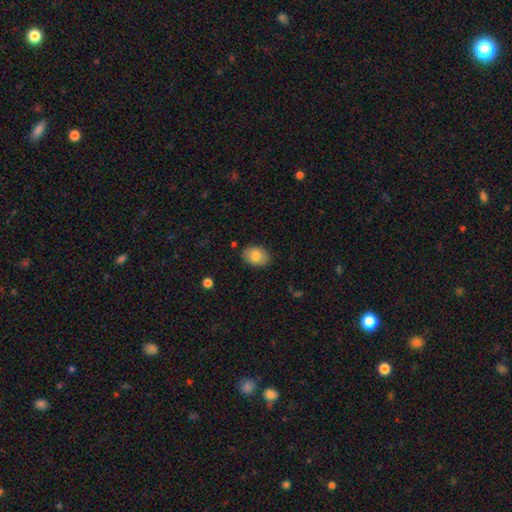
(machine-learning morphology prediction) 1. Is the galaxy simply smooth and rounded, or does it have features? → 82% smooth, 11% featured or disk, 8% star or artifact.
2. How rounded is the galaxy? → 75% in between, 23% round, 1% cigar-shaped.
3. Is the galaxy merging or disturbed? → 85% none, 11% minor disturbance, 2% major disturbance, 1% merger.